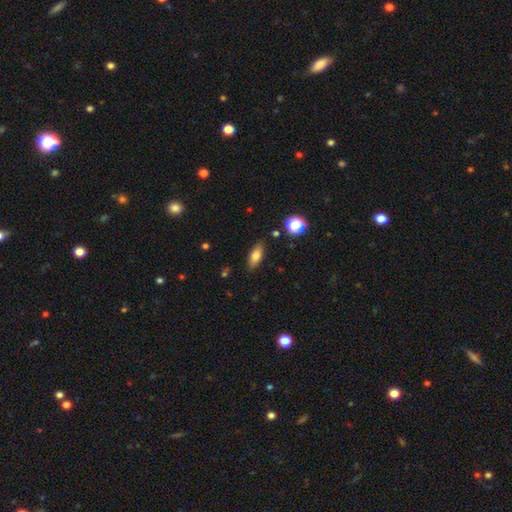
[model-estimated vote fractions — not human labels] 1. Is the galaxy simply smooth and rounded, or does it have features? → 75% smooth, 16% featured or disk, 9% star or artifact.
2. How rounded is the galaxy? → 78% in between, 17% cigar-shaped, 4% round.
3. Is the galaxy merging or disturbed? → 85% none, 10% minor disturbance, 2% major disturbance, 2% merger.